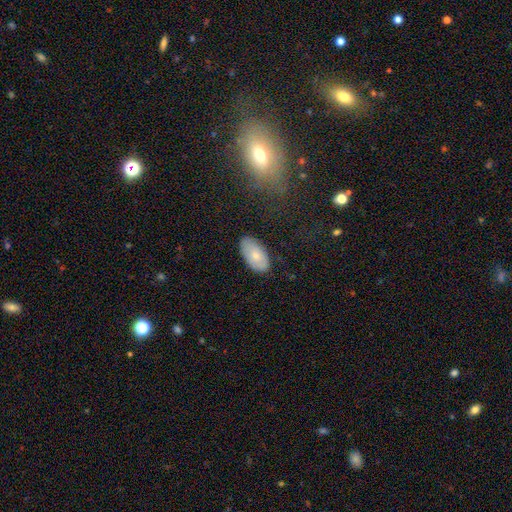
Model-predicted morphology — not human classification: type=smooth (67%); roundness=in between (94%); merging=none (83%).